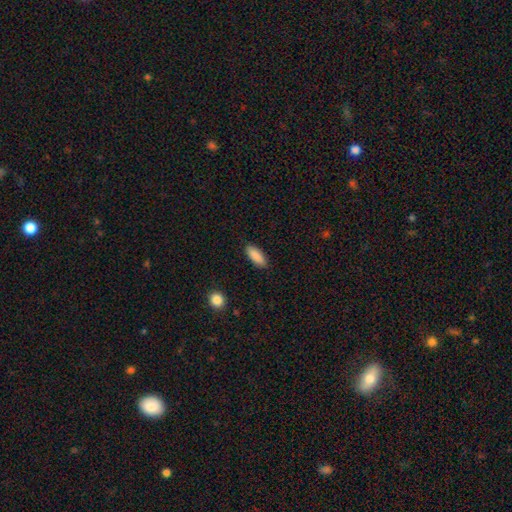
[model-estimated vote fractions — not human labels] smooth 89%, star or artifact 6%, featured or disk 5%. Down the decision tree: how rounded — in between (73%); merging — none (88%).